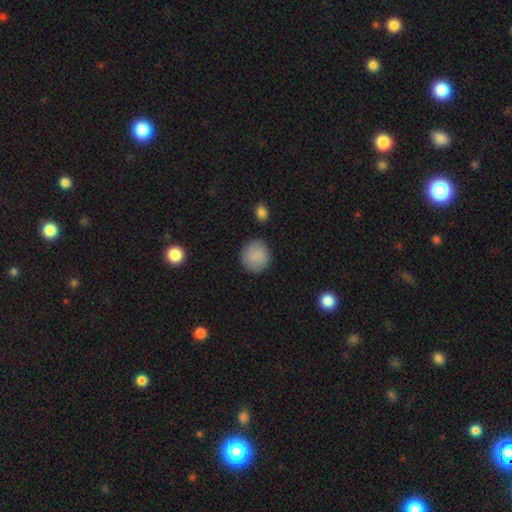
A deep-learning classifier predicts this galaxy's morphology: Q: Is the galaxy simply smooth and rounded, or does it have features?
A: smooth — 87%.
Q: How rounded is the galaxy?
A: round — 91%.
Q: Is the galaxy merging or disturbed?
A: none — 86%.